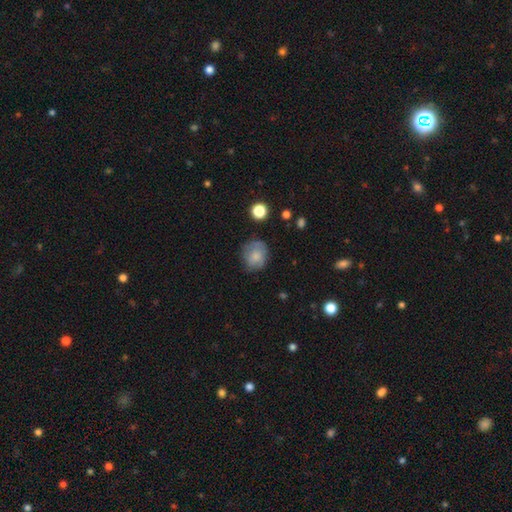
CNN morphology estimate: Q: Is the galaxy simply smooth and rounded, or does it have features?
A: smooth — 70%.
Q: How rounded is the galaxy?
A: round — 74%.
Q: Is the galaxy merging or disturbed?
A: none — 64%.